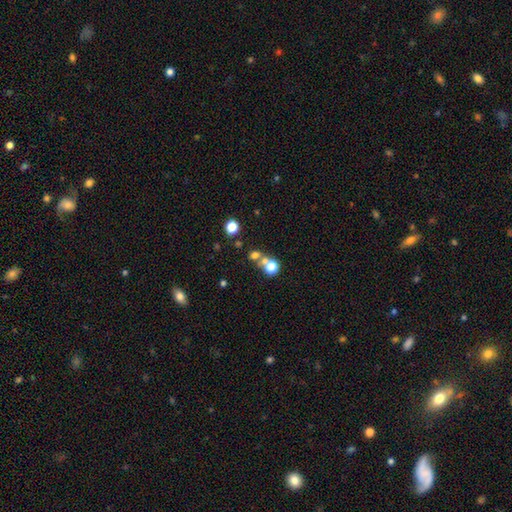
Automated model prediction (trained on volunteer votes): Smooth or featured: smooth — 57% (star or artifact — 29%)
How rounded: round — 79% (in between — 19%)
Merging: none — 50% (merger — 37%)